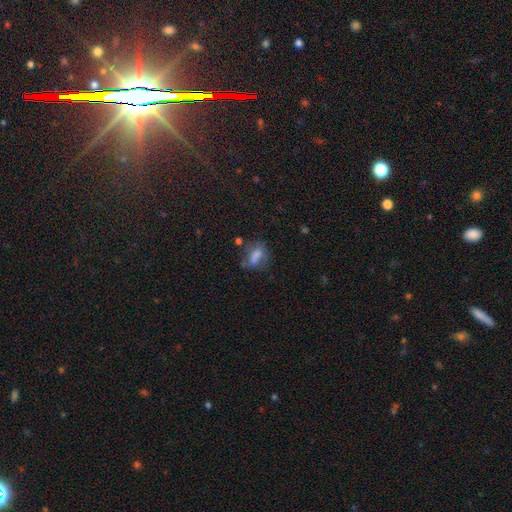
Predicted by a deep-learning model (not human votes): The model was most divided on "merging": none: 47%, minor disturbance: 26%, major disturbance: 19%, merger: 8%. More confident: how rounded — in between (72%); smooth or featured — smooth (66%).